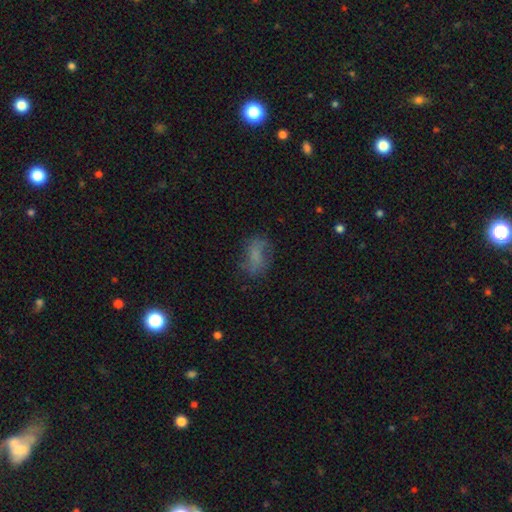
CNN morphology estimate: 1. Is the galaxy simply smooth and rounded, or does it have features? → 59% smooth, 28% featured or disk, 14% star or artifact.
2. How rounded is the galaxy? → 81% in between, 14% round, 5% cigar-shaped.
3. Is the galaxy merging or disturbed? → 62% none, 22% minor disturbance, 13% major disturbance, 2% merger.